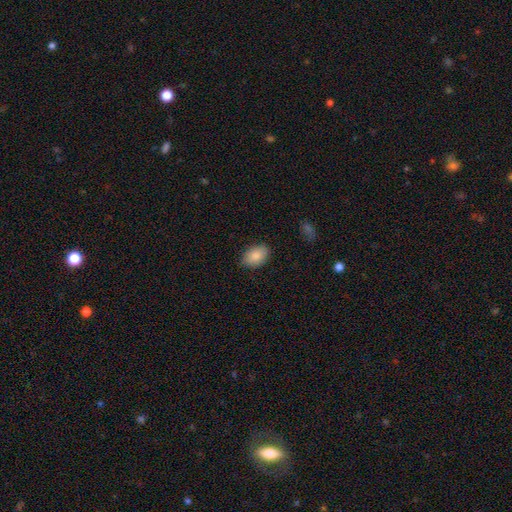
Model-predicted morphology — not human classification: Overall: smooth (87%). How rounded: in between (87%). Merging: none (85%).